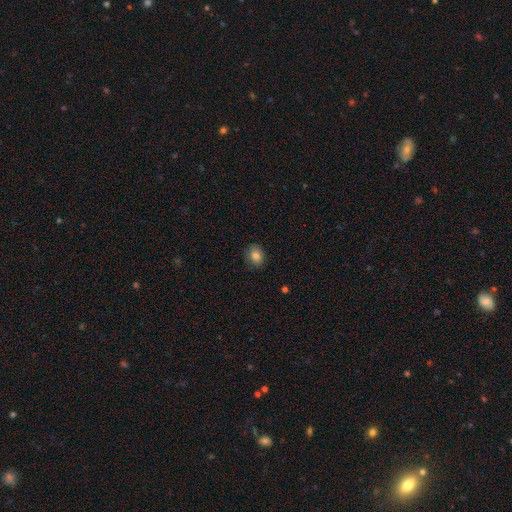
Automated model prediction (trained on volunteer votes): This appears to be a smooth galaxy with no disk features (82%) that is round (54%). Merging: none (84%).